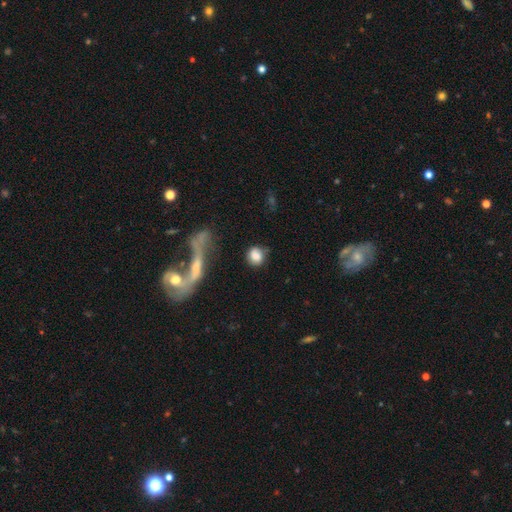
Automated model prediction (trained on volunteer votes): Smooth or featured?
  - smooth: 80% *
  - featured or disk: 12%
  - star or artifact: 9%
How rounded?
  - round: 70% *
  - in between: 27%
  - cigar-shaped: 3%
Merging?
  - none: 59% *
  - minor disturbance: 20%
  - major disturbance: 11%
  - merger: 10%